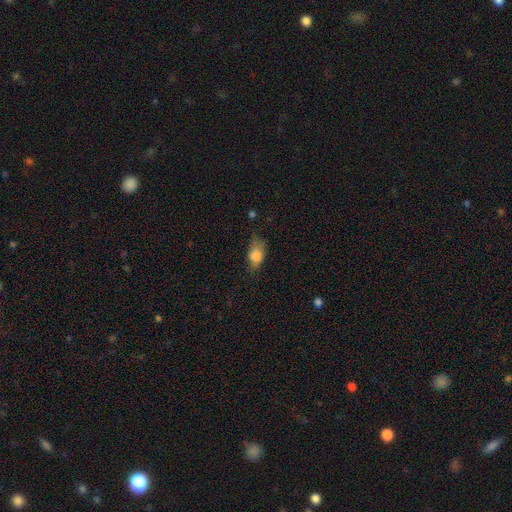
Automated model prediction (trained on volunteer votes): The model was most divided on "merging": none: 45%, minor disturbance: 37%, major disturbance: 16%, merger: 2%. More confident: how rounded — in between (83%); smooth or featured — smooth (79%).